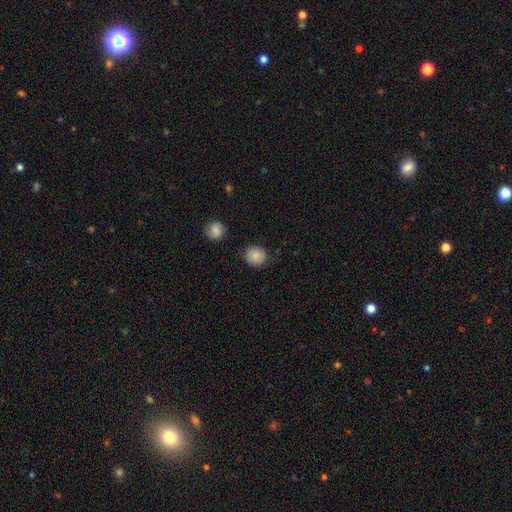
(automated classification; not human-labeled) Smooth or featured?
  - smooth: 84% *
  - star or artifact: 8%
  - featured or disk: 8%
How rounded?
  - round: 84% *
  - in between: 15%
  - cigar-shaped: 1%
Merging?
  - none: 84% *
  - minor disturbance: 11%
  - major disturbance: 3%
  - merger: 2%